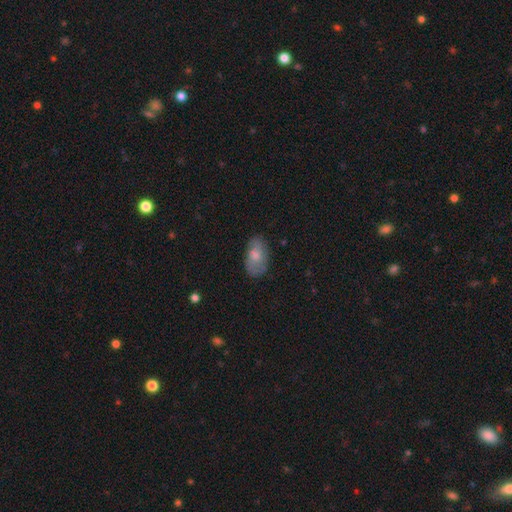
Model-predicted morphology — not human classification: Q: Smooth or featured?
A: smooth (72%); runner-up: featured or disk (21%)
Q: How rounded?
A: in between (93%); runner-up: round (5%)
Q: Merging?
A: none (73%); runner-up: minor disturbance (20%)